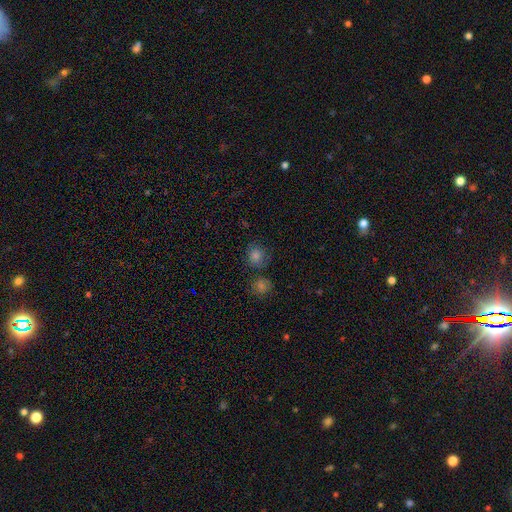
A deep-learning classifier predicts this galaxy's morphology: This is likely a smooth galaxy (69%). How rounded: clearly round (84%). Merging: likely none (74%).